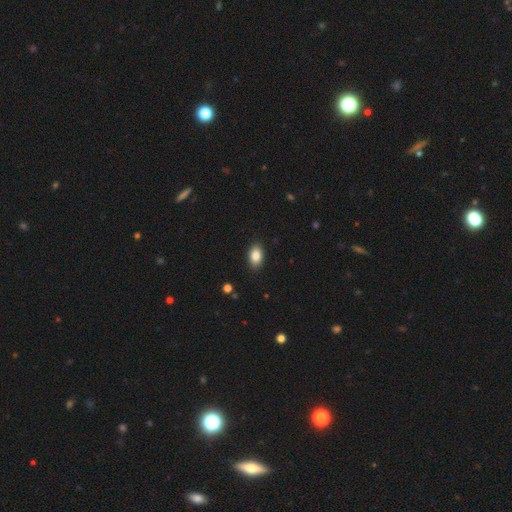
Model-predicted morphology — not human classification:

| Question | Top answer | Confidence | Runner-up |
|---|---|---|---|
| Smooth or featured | smooth | 85% | star or artifact (8%) |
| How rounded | in between | 89% | round (10%) |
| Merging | none | 89% | minor disturbance (8%) |